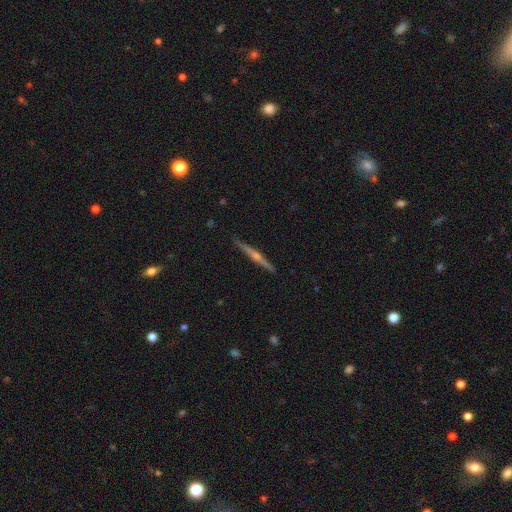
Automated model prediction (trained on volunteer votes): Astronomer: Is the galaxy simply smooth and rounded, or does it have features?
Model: featured or disk — 81%.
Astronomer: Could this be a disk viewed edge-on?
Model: yes — 99%.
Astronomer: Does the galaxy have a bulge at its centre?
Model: rounded — 87%.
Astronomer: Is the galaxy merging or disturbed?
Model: none — 91%.